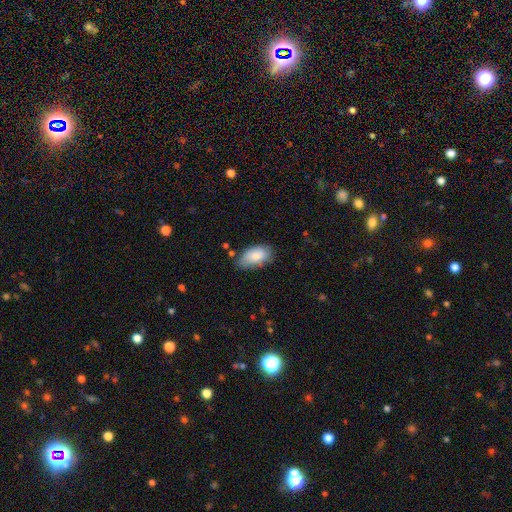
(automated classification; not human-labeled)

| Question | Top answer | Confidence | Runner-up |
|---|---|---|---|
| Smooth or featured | smooth | 83% | featured or disk (11%) |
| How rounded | in between | 94% | round (4%) |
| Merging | none | 67% | minor disturbance (26%) |